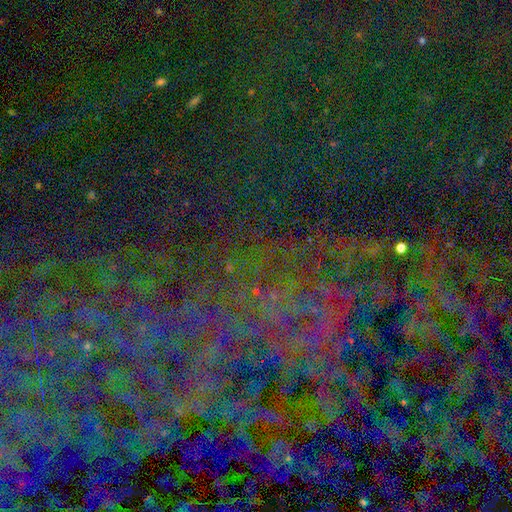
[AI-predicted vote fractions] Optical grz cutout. It shows a star or artifact, not a galaxy (75%).